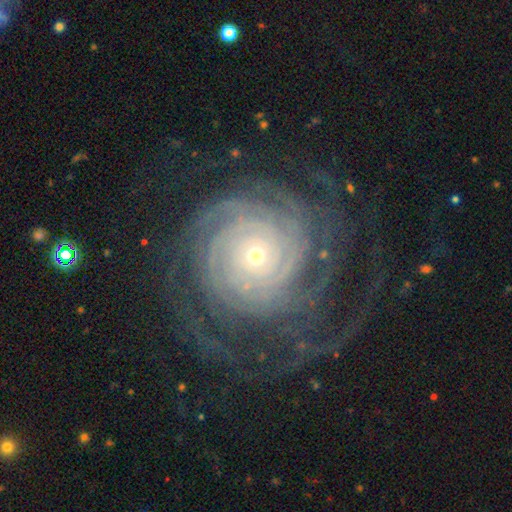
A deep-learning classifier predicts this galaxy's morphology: featured or disk 90%, star or artifact 6%, smooth 4%. Down the decision tree: edge-on disk — no (97%); bar — no (78%); spiral arms — yes (98%); spiral arm count — more than 4 (30%); spiral winding — tight (85%); bulge size — small (75%); merging — none (72%).